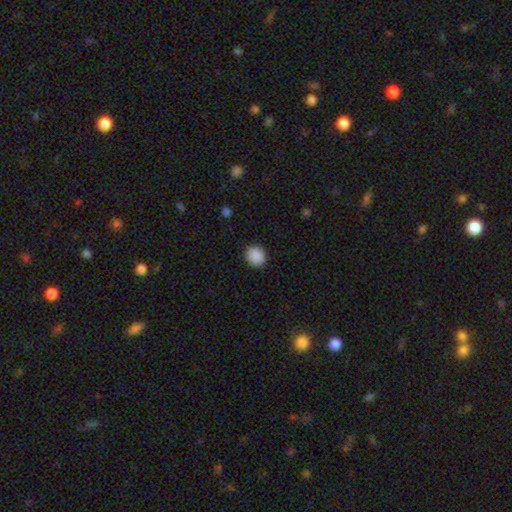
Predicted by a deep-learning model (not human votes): The model was most divided on "how rounded": round: 79%, in between: 20%, cigar-shaped: 1%. More confident: merging — none (90%); smooth or featured — smooth (89%).